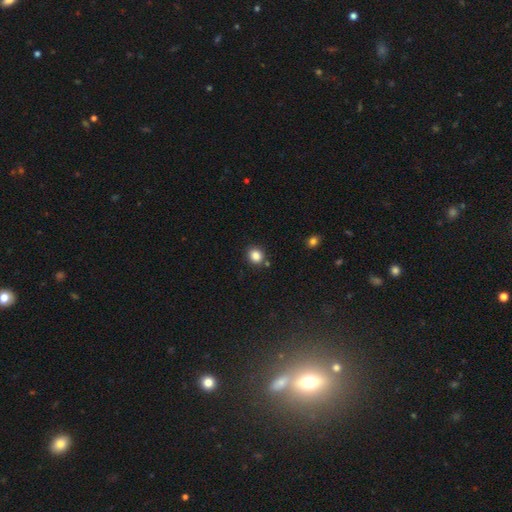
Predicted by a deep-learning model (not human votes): smooth_or_featured: smooth (p=0.85) [alt: star or artifact p=0.11]
how_rounded: round (p=0.72) [alt: in between p=0.28]
merging: none (p=0.83) [alt: minor disturbance p=0.09]